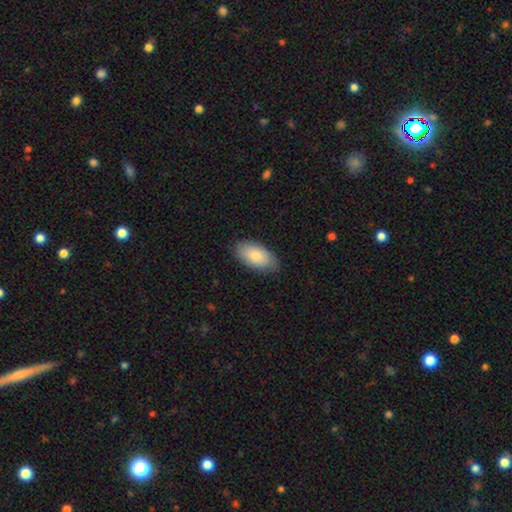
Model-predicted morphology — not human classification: smooth-or-featured: smooth: 83% | featured or disk: 12% | star or artifact: 6%
  how-rounded: in between: 95% | round: 3% | cigar-shaped: 3%
  merging: none: 84% | minor disturbance: 12% | major disturbance: 2% | merger: 1%